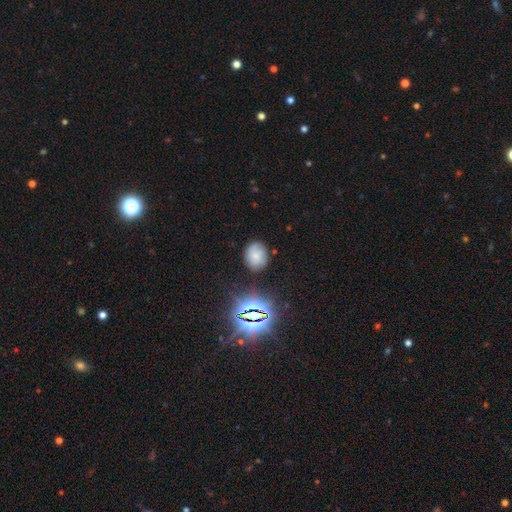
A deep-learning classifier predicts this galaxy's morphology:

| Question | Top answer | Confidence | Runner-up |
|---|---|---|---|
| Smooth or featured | smooth | 63% | featured or disk (19%) |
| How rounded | in between | 51% | round (48%) |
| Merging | none | 77% | minor disturbance (17%) |